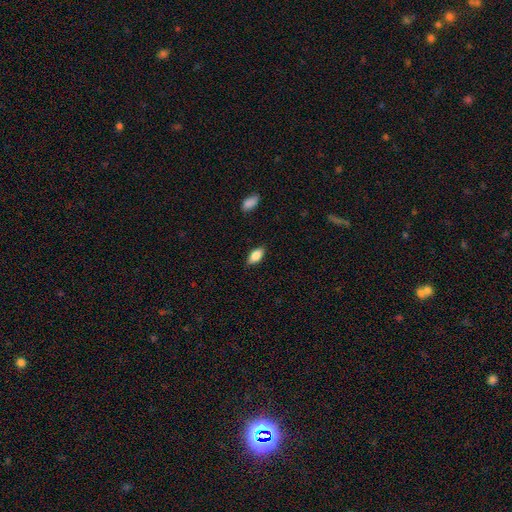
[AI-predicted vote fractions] smooth-or-featured: smooth: 80% | featured or disk: 13% | star or artifact: 7%
  how-rounded: in between: 88% | cigar-shaped: 9% | round: 3%
  merging: none: 85% | minor disturbance: 12% | major disturbance: 2% | merger: 1%